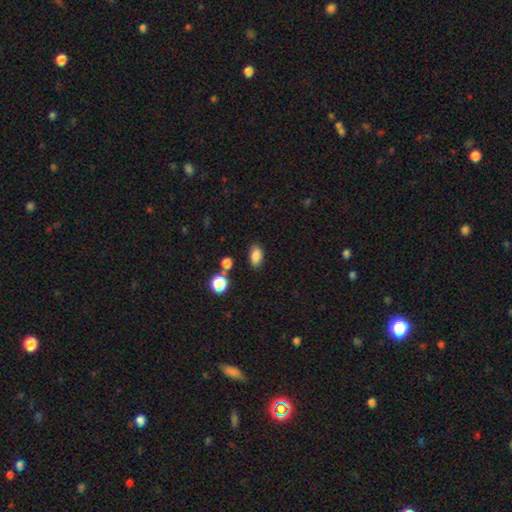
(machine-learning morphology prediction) smooth 84%, star or artifact 10%, featured or disk 5%. Down the decision tree: how rounded — in between (87%); merging — none (81%).